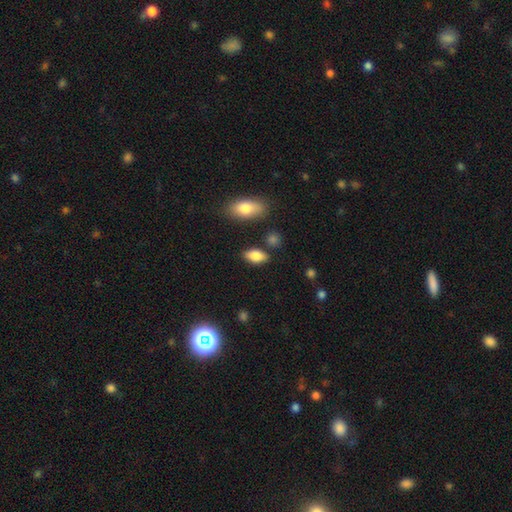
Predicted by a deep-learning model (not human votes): This appears to be a smooth galaxy with no disk features (83%) that is in between round and cigar-shaped (89%). Merging: none (80%).